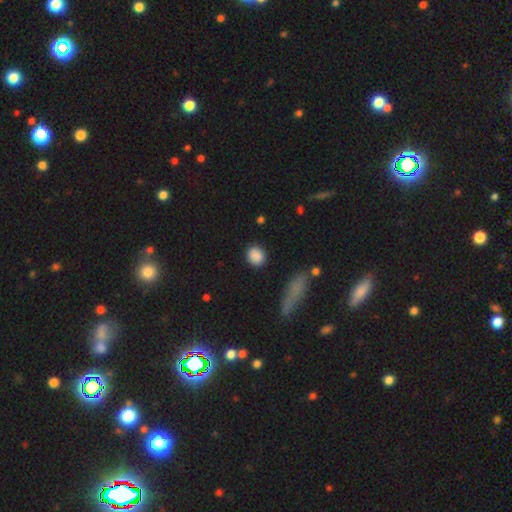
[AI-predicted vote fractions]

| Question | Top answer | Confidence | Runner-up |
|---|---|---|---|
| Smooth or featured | smooth | 87% | star or artifact (9%) |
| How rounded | round | 72% | in between (26%) |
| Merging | none | 86% | minor disturbance (10%) |